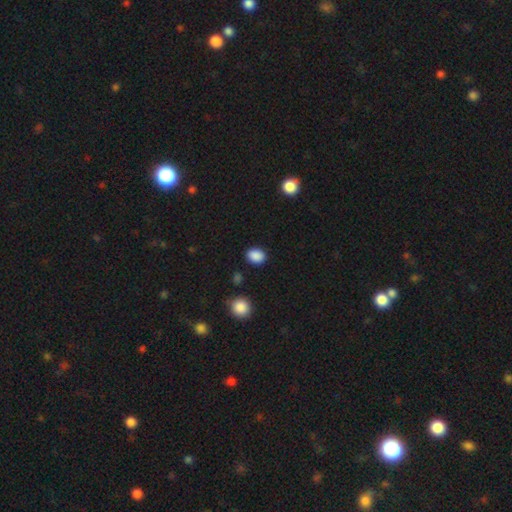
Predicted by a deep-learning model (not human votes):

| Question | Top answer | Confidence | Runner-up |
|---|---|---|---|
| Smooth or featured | smooth | 88% | star or artifact (9%) |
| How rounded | in between | 59% | round (40%) |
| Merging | none | 87% | minor disturbance (9%) |